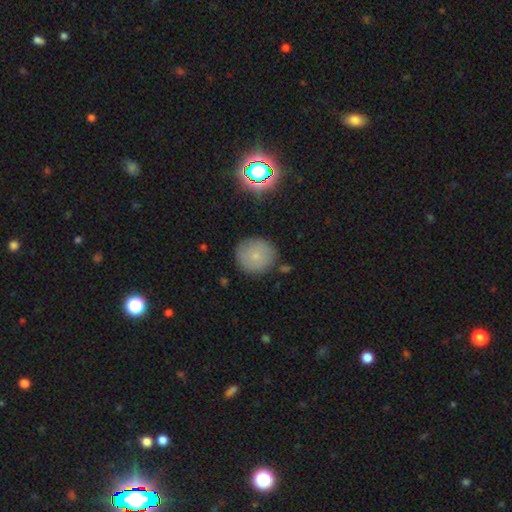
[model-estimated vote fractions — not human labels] This is likely a smooth galaxy (74%). How rounded: clearly round (91%). Merging: clearly none (84%).